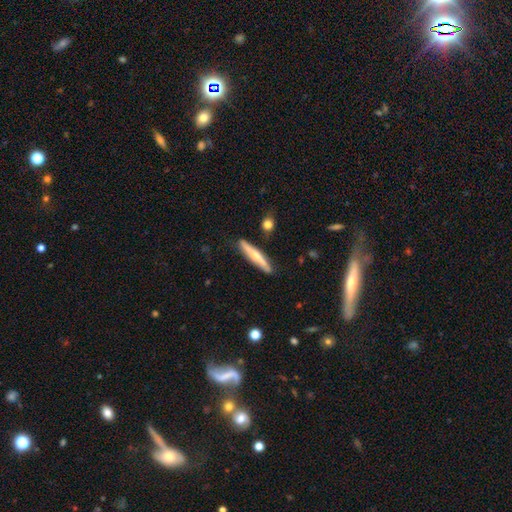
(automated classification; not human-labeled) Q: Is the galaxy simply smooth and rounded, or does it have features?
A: featured or disk — 48%.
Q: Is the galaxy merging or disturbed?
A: none — 85%.